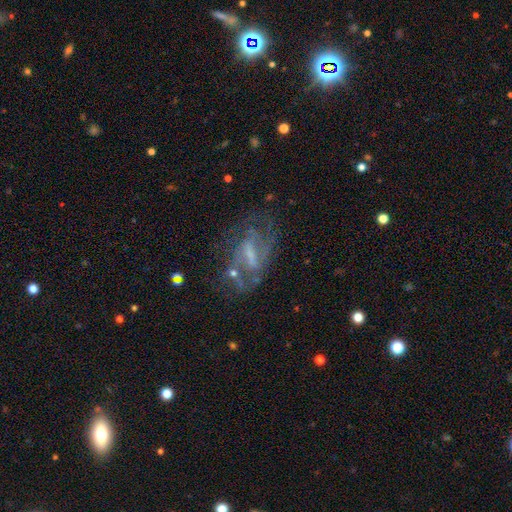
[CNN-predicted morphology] smooth-or-featured: featured or disk: 64% | star or artifact: 18% | smooth: 17%
  disk-edge-on: no: 88% | yes: 12%
    bar: weak: 44% | strong: 32% | no: 24%
    has-spiral-arms: yes: 70% | no: 30%
    bulge-size: small: 40% | none: 29% | moderate: 26% | large: 3% | dominant: 1%
  merging: none: 58% | minor disturbance: 19% | major disturbance: 18% | merger: 5%